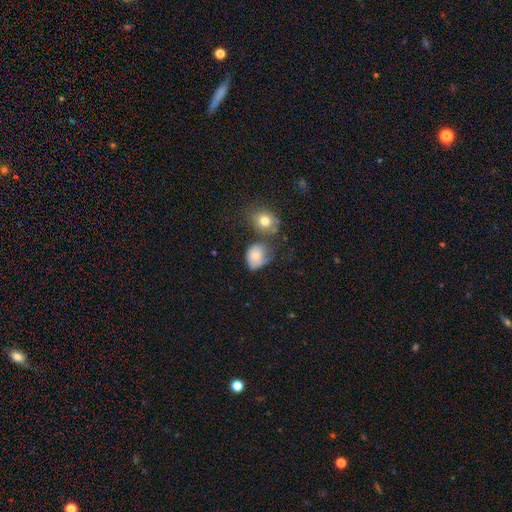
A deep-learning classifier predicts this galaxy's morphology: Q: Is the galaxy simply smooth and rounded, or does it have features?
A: smooth — 76%.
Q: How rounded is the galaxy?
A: in between — 55%.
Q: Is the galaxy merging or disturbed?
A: none — 33%.